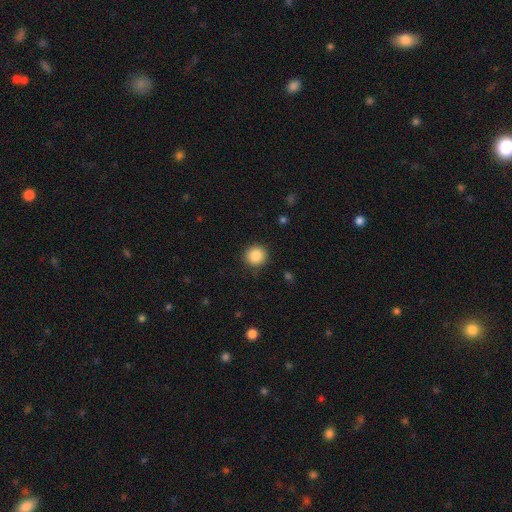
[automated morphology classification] This appears to be a smooth galaxy with no disk features (86%) that is round (93%). Merging: none (89%).